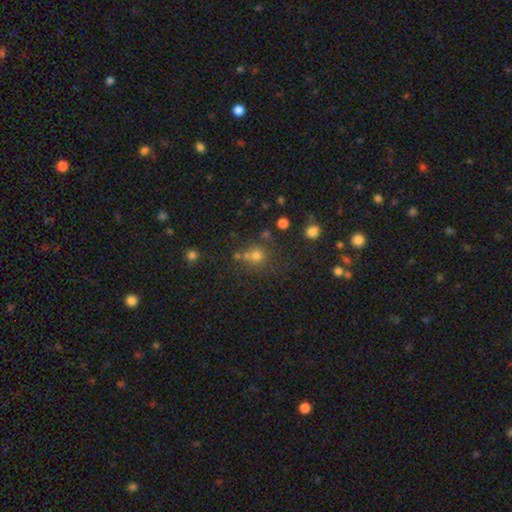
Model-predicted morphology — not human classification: A smooth galaxy with no disk features (66%) that is round (89%).

Vote fractions:
- Smooth or featured? smooth: 66% / star or artifact: 25% / featured or disk: 9%
- How rounded? round: 89% / in between: 10% / cigar-shaped: 1%
- Merging? none: 65% / merger: 20% / minor disturbance: 11% / major disturbance: 5%